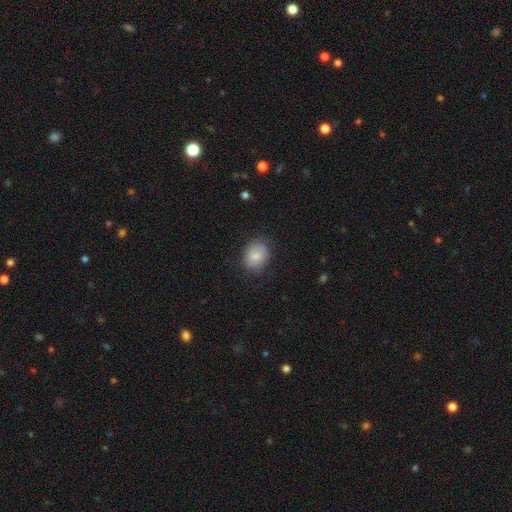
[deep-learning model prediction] Smooth or featured: smooth — 80% (featured or disk — 13%)
How rounded: round — 51% (in between — 48%)
Merging: none — 77% (minor disturbance — 17%)